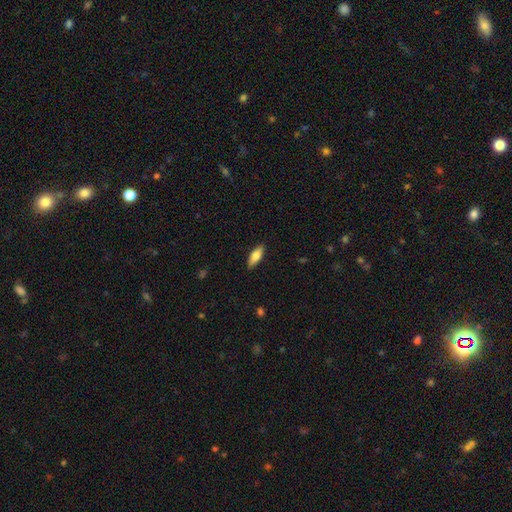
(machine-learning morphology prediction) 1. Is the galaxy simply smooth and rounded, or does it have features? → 76% smooth, 18% featured or disk, 6% star or artifact.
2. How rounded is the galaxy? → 72% in between, 26% cigar-shaped, 2% round.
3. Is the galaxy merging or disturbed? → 88% none, 9% minor disturbance, 2% major disturbance, 1% merger.